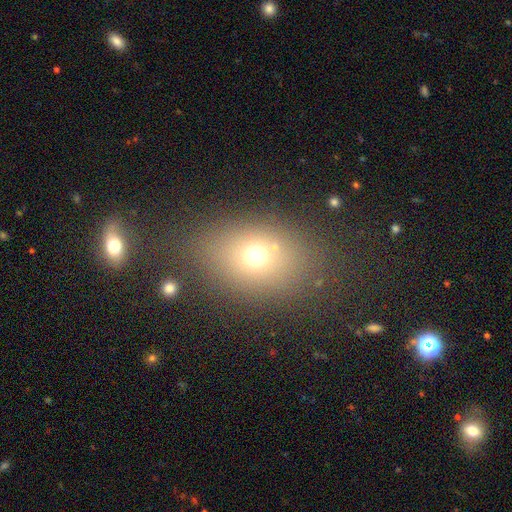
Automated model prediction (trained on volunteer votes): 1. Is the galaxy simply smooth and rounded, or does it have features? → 67% smooth, 18% star or artifact, 14% featured or disk.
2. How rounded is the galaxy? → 62% in between, 36% round, 2% cigar-shaped.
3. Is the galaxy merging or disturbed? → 75% none, 12% minor disturbance, 8% major disturbance, 5% merger.